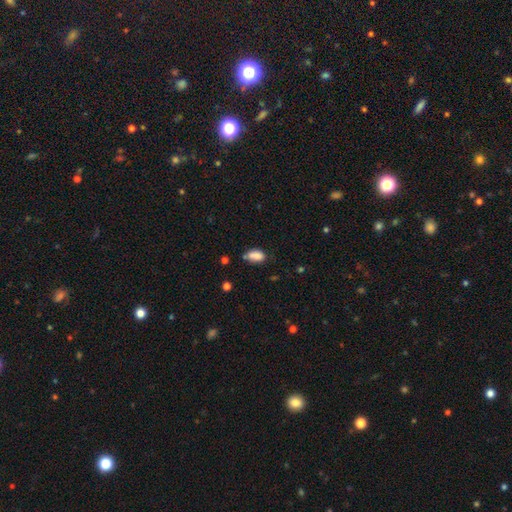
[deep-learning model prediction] Smooth or featured?
  - smooth: 83% *
  - star or artifact: 9%
  - featured or disk: 8%
How rounded?
  - in between: 89% *
  - round: 8%
  - cigar-shaped: 3%
Merging?
  - none: 52% *
  - minor disturbance: 30%
  - merger: 11%
  - major disturbance: 7%